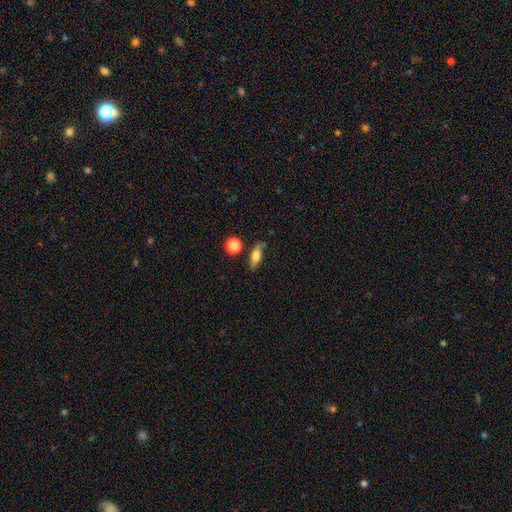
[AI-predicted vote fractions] Overall: smooth (62%; featured or disk 29%). How rounded: in between (59%; cigar-shaped 33%). Merging: none (75%).